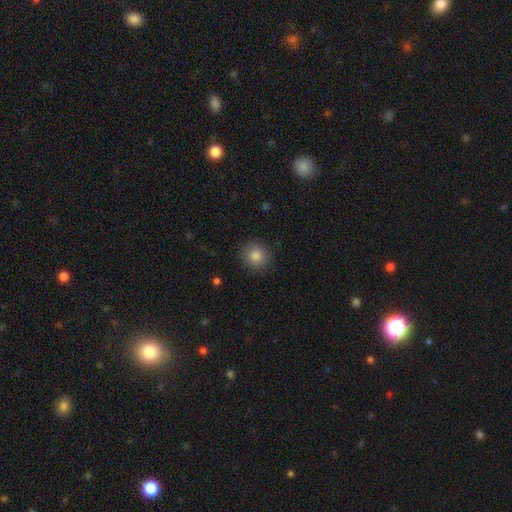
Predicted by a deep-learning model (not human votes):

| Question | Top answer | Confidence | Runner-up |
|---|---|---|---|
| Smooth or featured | smooth | 84% | star or artifact (10%) |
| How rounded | round | 93% | in between (6%) |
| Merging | none | 90% | minor disturbance (7%) |